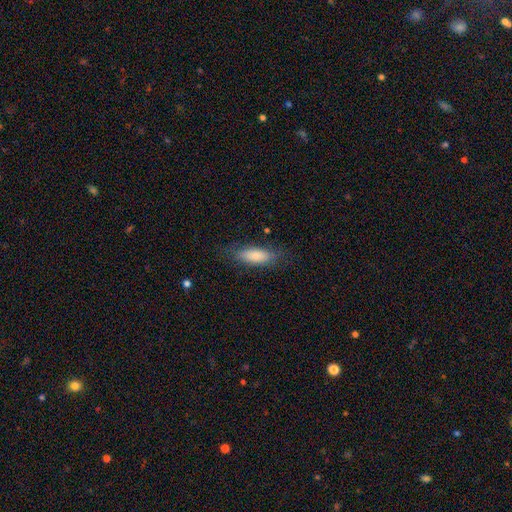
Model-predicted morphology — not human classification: Smooth or featured? Predicted: smooth (p=0.79). How rounded? Predicted: in between (p=0.68). Merging? Predicted: none (p=0.76).